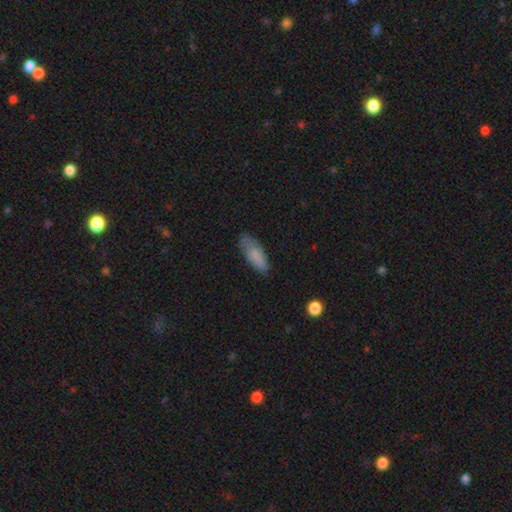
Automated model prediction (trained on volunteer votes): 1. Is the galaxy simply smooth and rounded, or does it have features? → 80% smooth, 13% featured or disk, 7% star or artifact.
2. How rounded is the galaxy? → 72% in between, 27% cigar-shaped, 2% round.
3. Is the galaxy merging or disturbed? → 69% none, 24% minor disturbance, 6% major disturbance, 2% merger.